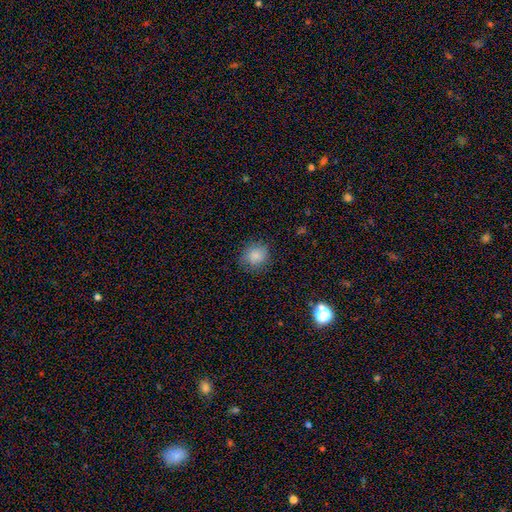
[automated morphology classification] smooth_or_featured: smooth (p=0.85) [alt: star or artifact p=0.10]
how_rounded: round (p=0.82) [alt: in between p=0.17]
merging: none (p=0.83) [alt: minor disturbance p=0.12]